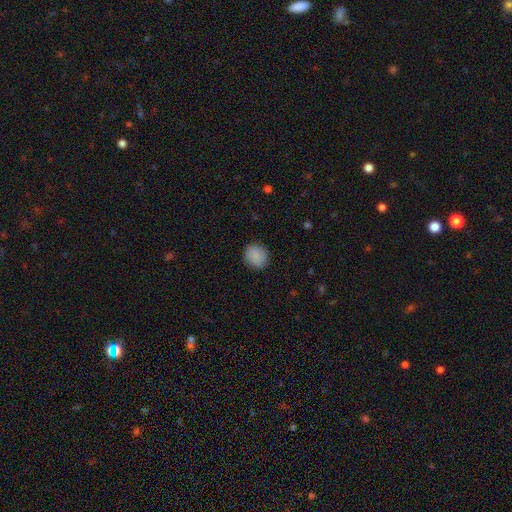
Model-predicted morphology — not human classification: A smooth galaxy with no disk features (86%) that is round (87%).

Vote fractions:
- Smooth or featured? smooth: 86% / star or artifact: 7% / featured or disk: 7%
- How rounded? round: 87% / in between: 12% / cigar-shaped: 1%
- Merging? none: 88% / minor disturbance: 9% / major disturbance: 2% / merger: 1%